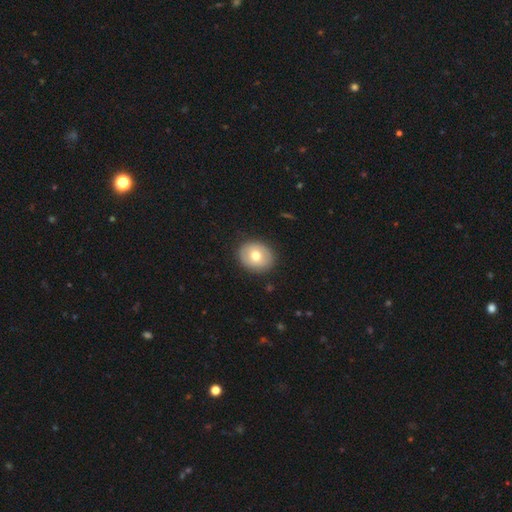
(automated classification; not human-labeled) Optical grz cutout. It shows a smooth galaxy with no disk features (67%) that is round (65%). Merging: none (88%).